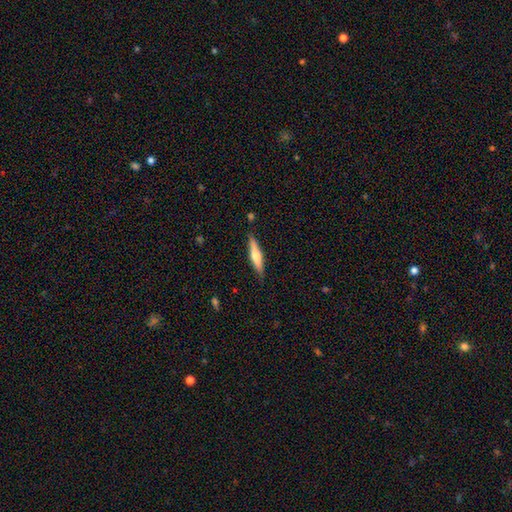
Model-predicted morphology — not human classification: A smooth galaxy with no disk features (49%).

Vote fractions:
- Smooth or featured? smooth: 49% / featured or disk: 45% / star or artifact: 5%
- Merging? none: 87% / minor disturbance: 10% / major disturbance: 2% / merger: 1%